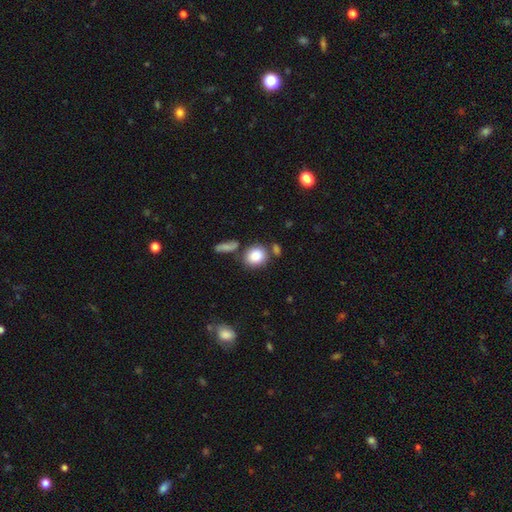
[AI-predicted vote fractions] This is clearly a smooth galaxy (85%). How rounded: likely round (71%). Merging: likely none (66%).